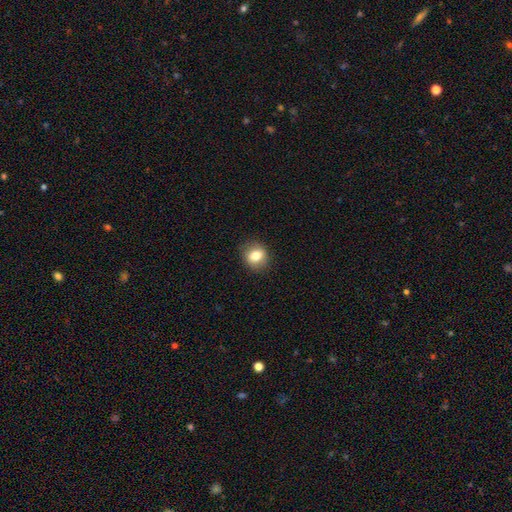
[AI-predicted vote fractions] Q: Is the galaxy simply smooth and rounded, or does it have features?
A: smooth — 78%.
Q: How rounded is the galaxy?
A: round — 72%.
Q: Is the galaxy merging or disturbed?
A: none — 88%.